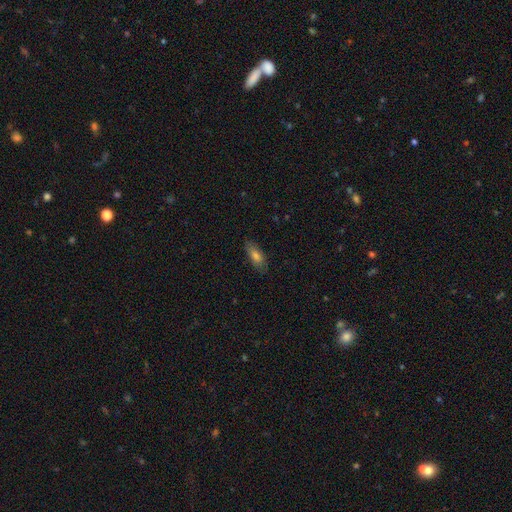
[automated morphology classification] Smooth or featured? Predicted: smooth (p=0.74). How rounded? Predicted: in between (p=0.71). Merging? Predicted: none (p=0.82).